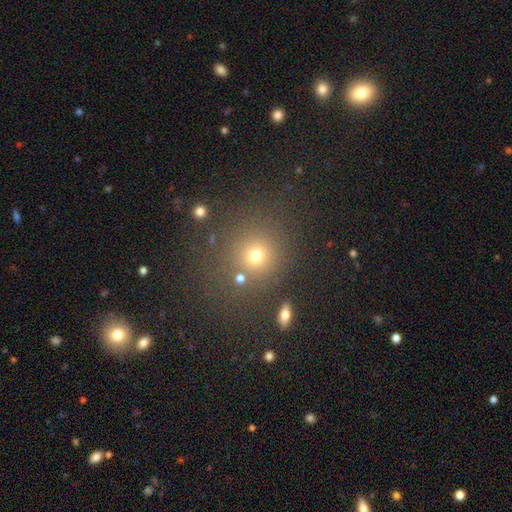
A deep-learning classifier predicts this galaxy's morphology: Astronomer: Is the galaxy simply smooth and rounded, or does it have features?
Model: smooth — 71%.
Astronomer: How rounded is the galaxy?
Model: round — 88%.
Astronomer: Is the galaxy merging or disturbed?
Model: none — 78%.